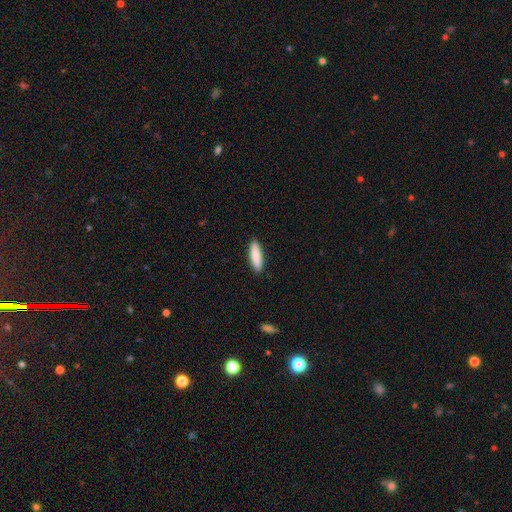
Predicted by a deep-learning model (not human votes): Q: Smooth or featured?
A: smooth (87%); runner-up: featured or disk (7%)
Q: How rounded?
A: cigar-shaped (59%); runner-up: in between (40%)
Q: Merging?
A: none (90%); runner-up: minor disturbance (7%)